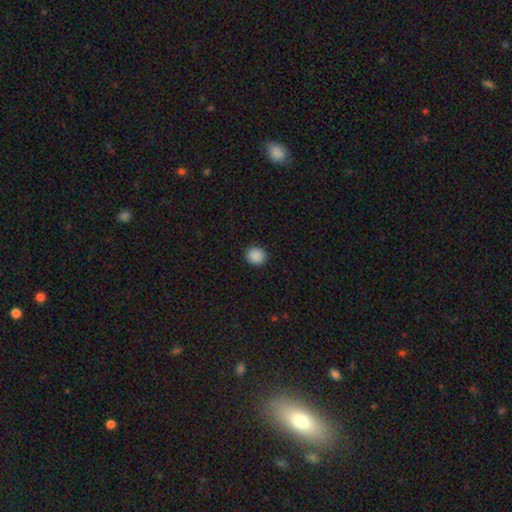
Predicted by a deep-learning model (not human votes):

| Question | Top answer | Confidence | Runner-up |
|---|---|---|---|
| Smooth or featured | smooth | 89% | star or artifact (9%) |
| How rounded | round | 84% | in between (15%) |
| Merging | none | 92% | minor disturbance (5%) |